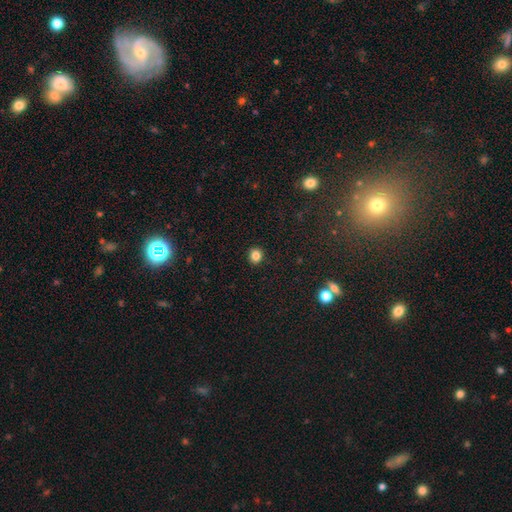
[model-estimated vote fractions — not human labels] Smooth or featured?
  - smooth: 83% *
  - star or artifact: 12%
  - featured or disk: 5%
How rounded?
  - round: 84% *
  - in between: 15%
  - cigar-shaped: 1%
Merging?
  - none: 91% *
  - minor disturbance: 6%
  - major disturbance: 2%
  - merger: 1%